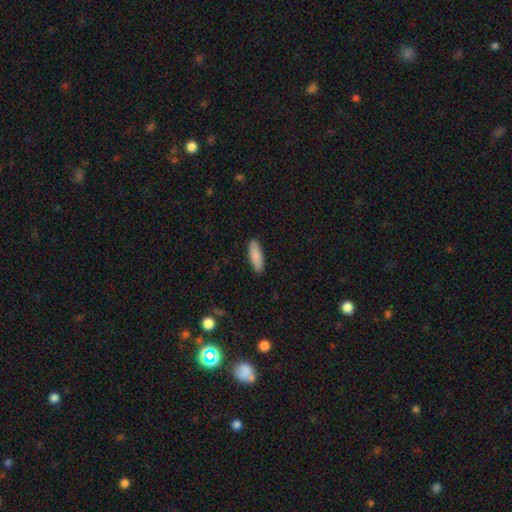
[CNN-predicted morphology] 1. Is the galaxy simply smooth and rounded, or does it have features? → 88% smooth, 6% featured or disk, 6% star or artifact.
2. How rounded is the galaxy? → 51% in between, 47% cigar-shaped, 2% round.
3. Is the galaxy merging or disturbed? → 90% none, 7% minor disturbance, 2% major disturbance, 1% merger.